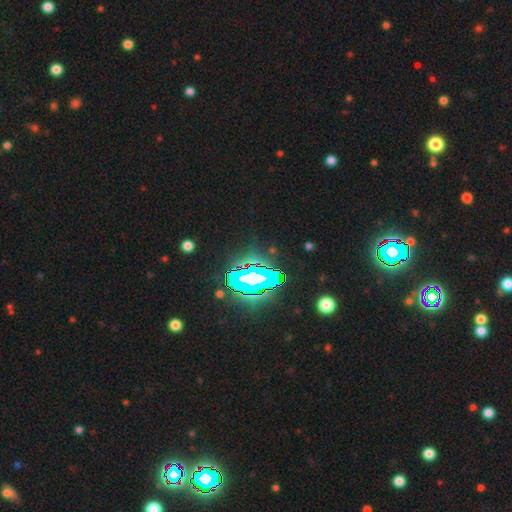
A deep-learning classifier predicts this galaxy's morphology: The model was most divided on "smooth or featured": star or artifact: 82%, smooth: 10%, featured or disk: 8%.